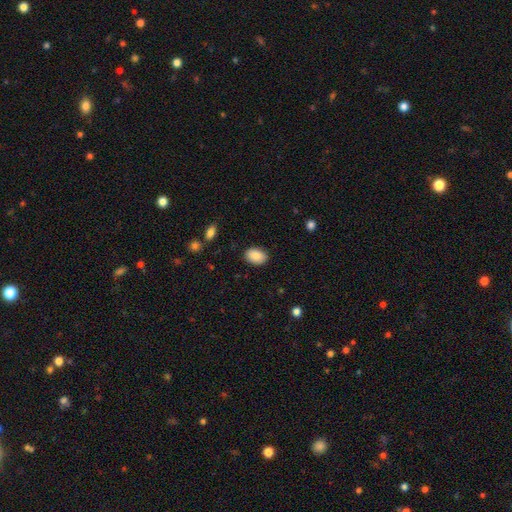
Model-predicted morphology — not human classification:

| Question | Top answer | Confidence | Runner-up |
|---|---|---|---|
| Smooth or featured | smooth | 88% | star or artifact (7%) |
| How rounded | in between | 83% | round (16%) |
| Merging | none | 87% | minor disturbance (10%) |